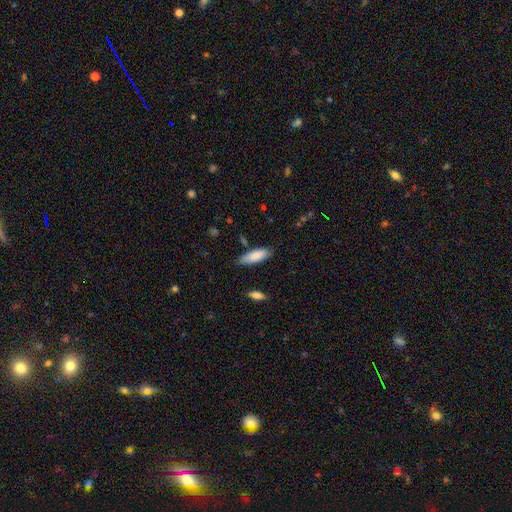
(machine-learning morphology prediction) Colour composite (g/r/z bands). It shows a smooth galaxy with no disk features (85%) that is in between round and cigar-shaped (61%). Merging: none (78%).